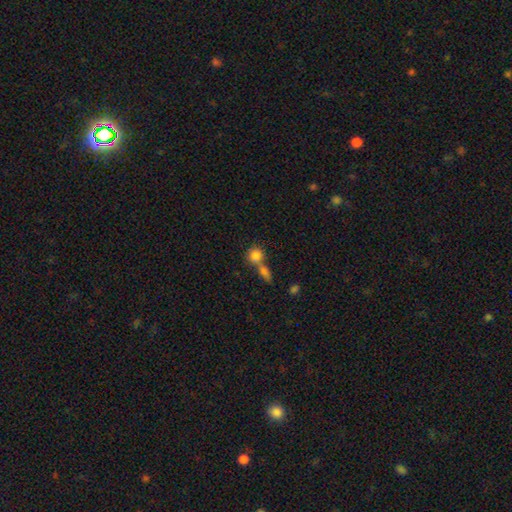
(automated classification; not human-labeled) The model was most divided on "merging": merger: 50%, none: 38%, minor disturbance: 8%, major disturbance: 4%. More confident: smooth or featured — smooth (81%); how rounded — round (73%).